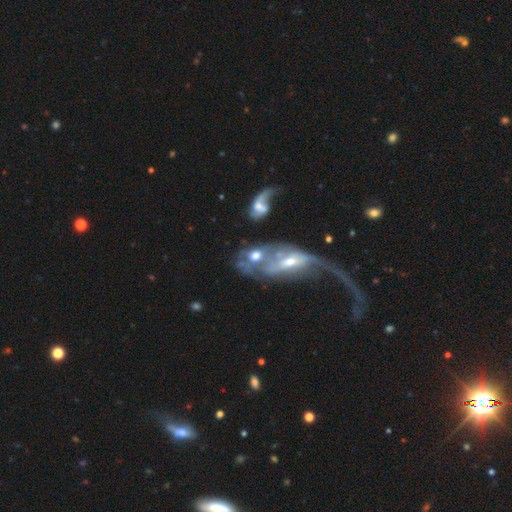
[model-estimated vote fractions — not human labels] This appears to be a featured or disk galaxy (54%). Merging: merger (63%).